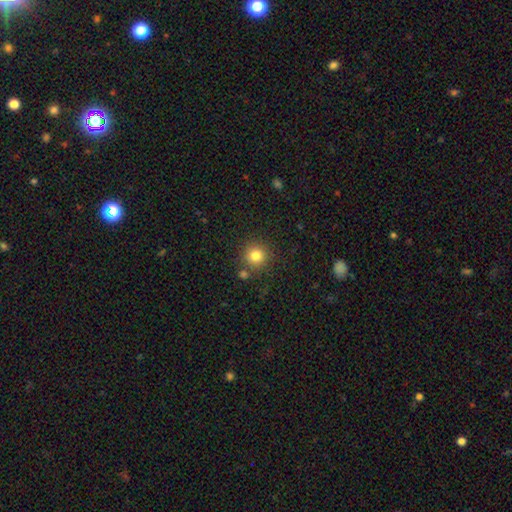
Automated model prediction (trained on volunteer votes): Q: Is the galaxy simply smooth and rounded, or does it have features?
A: smooth — 81%.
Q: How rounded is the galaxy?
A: round — 94%.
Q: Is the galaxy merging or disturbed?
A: none — 82%.